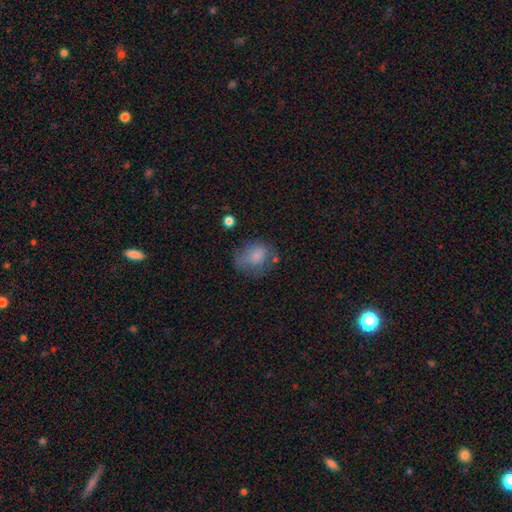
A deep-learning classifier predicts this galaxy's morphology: A smooth galaxy with no disk features (75%) that is in between round and cigar-shaped (58%). Merging: none (49%).